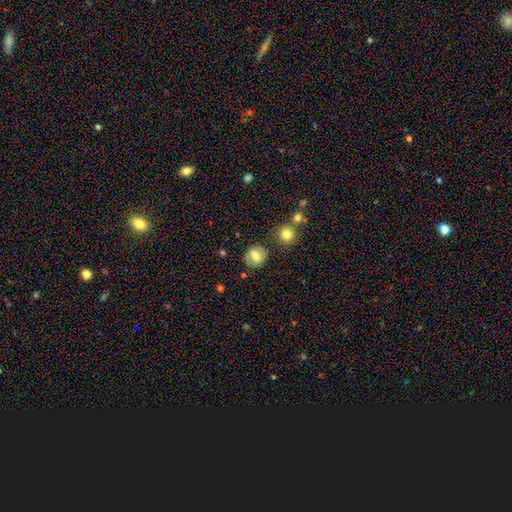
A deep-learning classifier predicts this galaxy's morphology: The model was most divided on "smooth or featured": smooth: 61%, featured or disk: 30%, star or artifact: 9%. More confident: merging — none (76%); how rounded — round (67%).